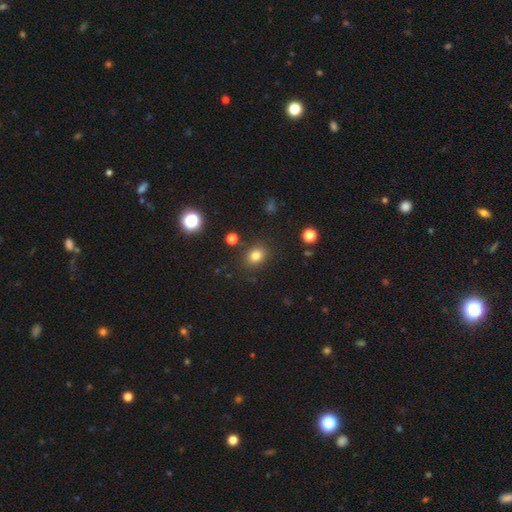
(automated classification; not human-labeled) Overall: smooth (79%). How rounded: round (55%; in between 44%). Merging: none (85%).